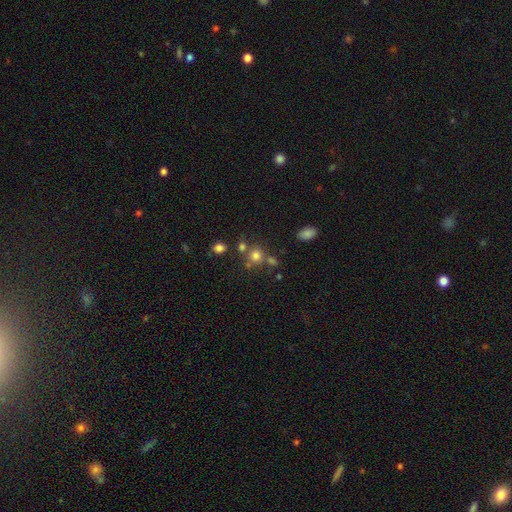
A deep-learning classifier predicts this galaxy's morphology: type=smooth (74%); roundness=round (86%); merging=none (62%).